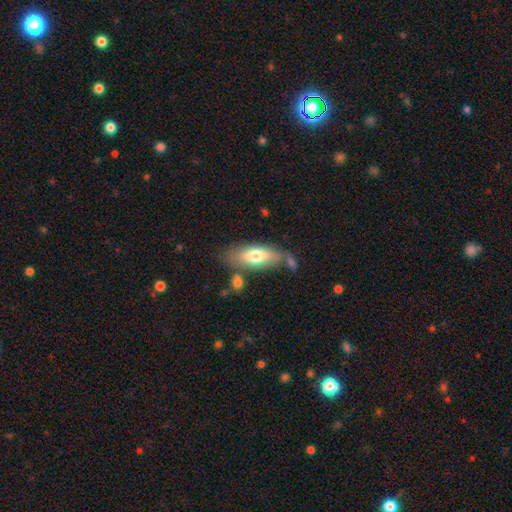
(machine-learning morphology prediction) This is likely a smooth galaxy (68%). How rounded: likely in between (75%). Merging: likely none (62%).